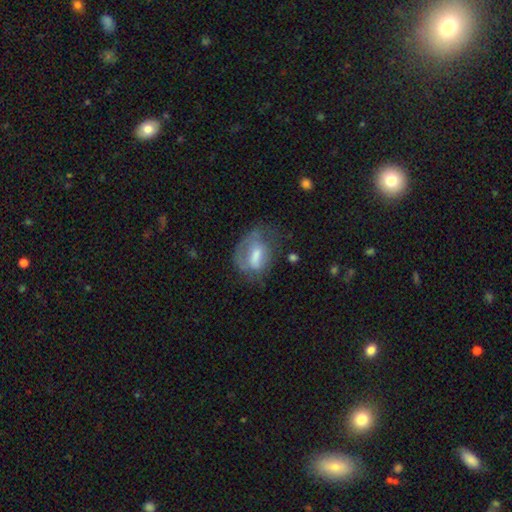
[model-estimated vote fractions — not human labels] The model was most divided on "merging": none: 38%, major disturbance: 30%, minor disturbance: 29%, merger: 3%. More confident: how rounded — in between (69%); smooth or featured — smooth (50%).